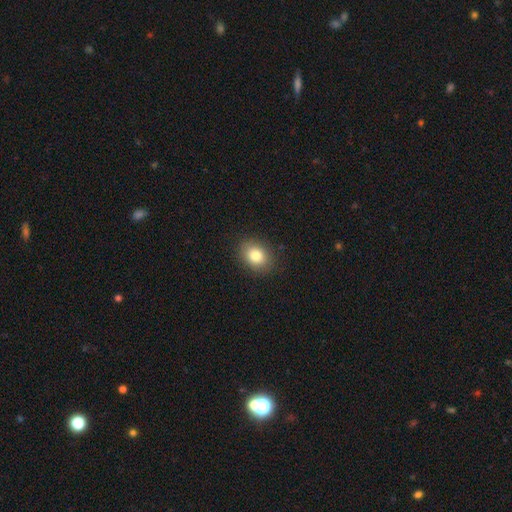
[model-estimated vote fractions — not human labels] A smooth galaxy with no disk features (82%) that is in between round and cigar-shaped (59%). Merging: none (88%).